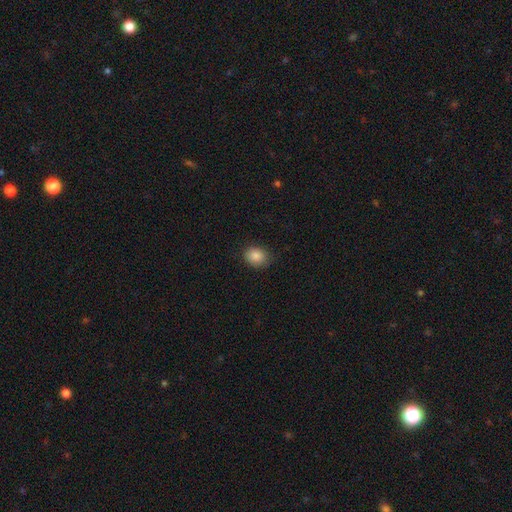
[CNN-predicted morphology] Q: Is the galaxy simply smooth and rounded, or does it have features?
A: smooth — 86%.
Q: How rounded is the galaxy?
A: round — 55%.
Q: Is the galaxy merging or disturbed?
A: none — 82%.